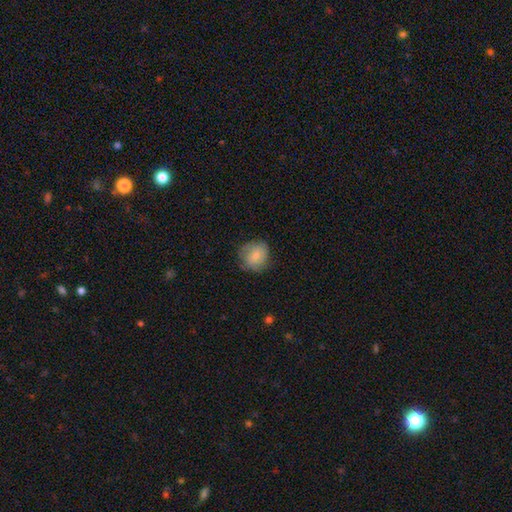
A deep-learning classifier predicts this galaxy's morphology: smooth 71%, featured or disk 22%, star or artifact 7%. Down the decision tree: how rounded — round (83%); merging — none (69%).